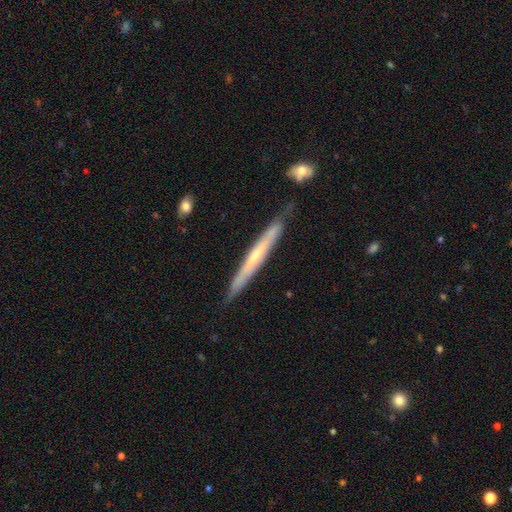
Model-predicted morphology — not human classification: smooth_or_featured: featured or disk (p=0.61) [alt: smooth p=0.34]
disk_edge_on: yes (p=0.93) [alt: no p=0.07]
edge_on_bulge: none (p=0.56) [alt: rounded p=0.39]
merging: none (p=0.82) [alt: minor disturbance p=0.14]